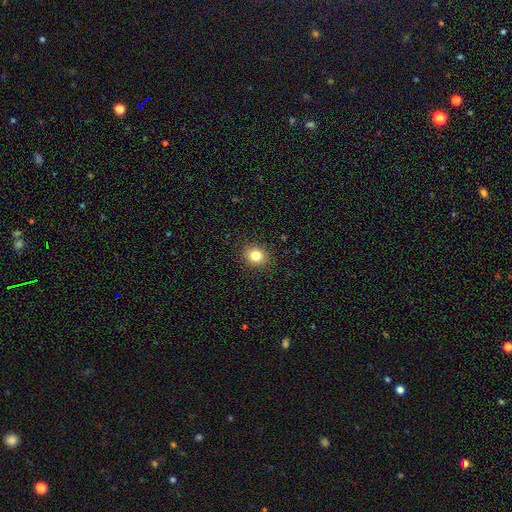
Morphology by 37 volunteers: Smooth or featured: smooth — 89% (featured or disk — 11%)
How rounded: round — 76% (in between — 24%)
Merging: none — 78% (minor disturbance — 16%)